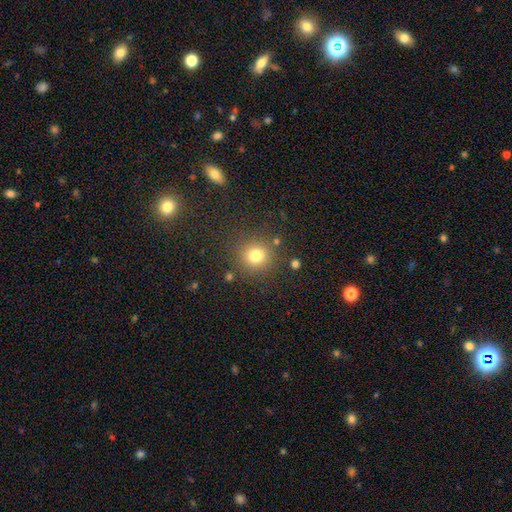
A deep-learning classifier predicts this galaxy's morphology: smooth-or-featured: smooth: 79% | star or artifact: 14% | featured or disk: 7%
  how-rounded: round: 91% | in between: 8% | cigar-shaped: 1%
  merging: none: 84% | minor disturbance: 8% | major disturbance: 4% | merger: 4%